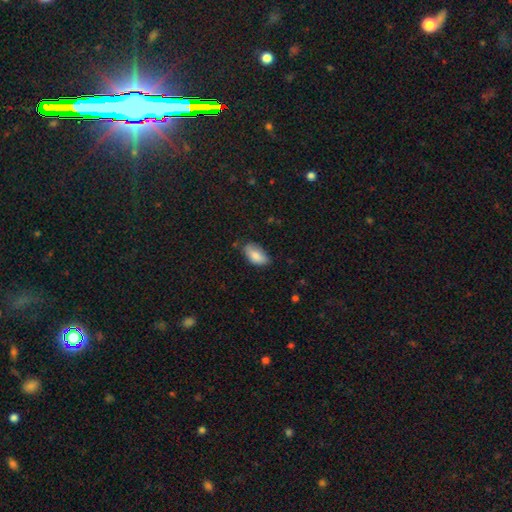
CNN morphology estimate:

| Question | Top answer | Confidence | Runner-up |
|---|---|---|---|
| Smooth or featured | smooth | 81% | featured or disk (12%) |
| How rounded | in between | 94% | round (4%) |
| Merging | none | 62% | minor disturbance (31%) |